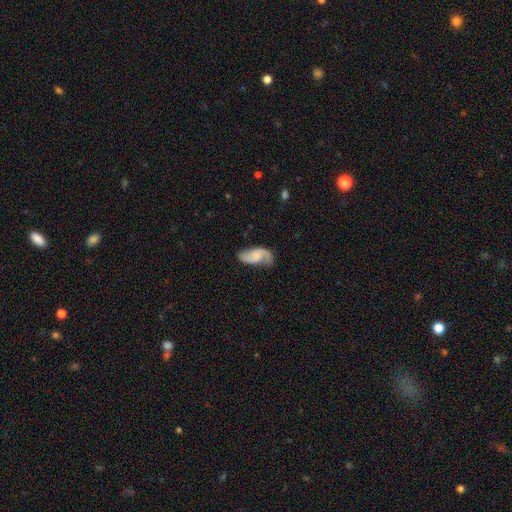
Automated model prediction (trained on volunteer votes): A featured or disk galaxy (67%) with no bar (55%), 2 (83%) loose (50%) spiral arms (94%) and no central bulge (43%). Merging: none (64%).